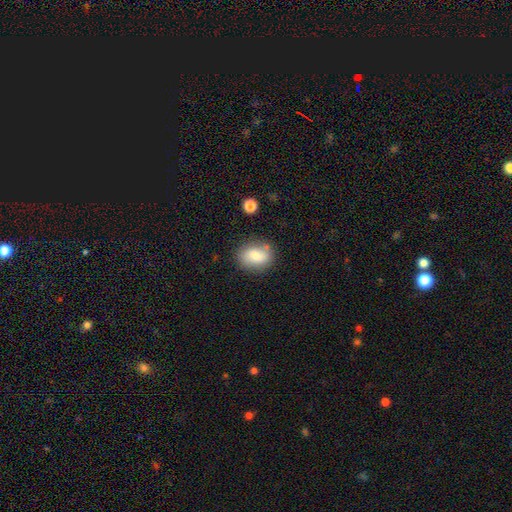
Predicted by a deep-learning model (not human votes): Smooth or featured? Predicted: smooth (p=0.76). How rounded? Predicted: in between (p=0.69). Merging? Predicted: none (p=0.74).